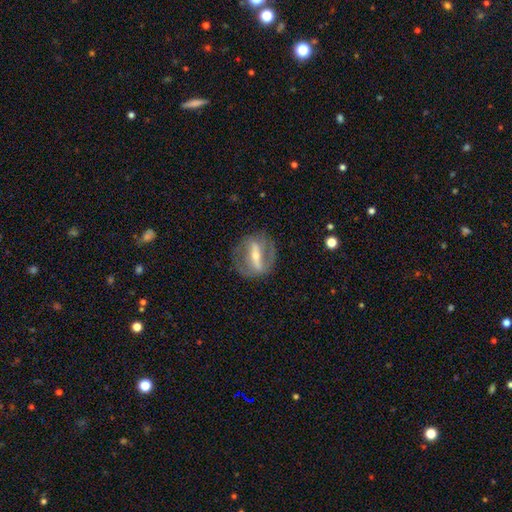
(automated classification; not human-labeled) Smooth or featured?
  - featured or disk: 77% *
  - smooth: 17%
  - star or artifact: 6%
Edge-on disk?
  - no: 77% *
  - yes: 23%
Bar?
  - strong: 78% *
  - weak: 15%
  - no: 7%
Spiral arms?
  - no: 51% *
  - yes: 49%
Bulge size?
  - small: 47% *
  - moderate: 45%
  - large: 5%
  - none: 3%
  - dominant: 1%
Merging?
  - none: 76% *
  - minor disturbance: 13%
  - major disturbance: 9%
  - merger: 1%